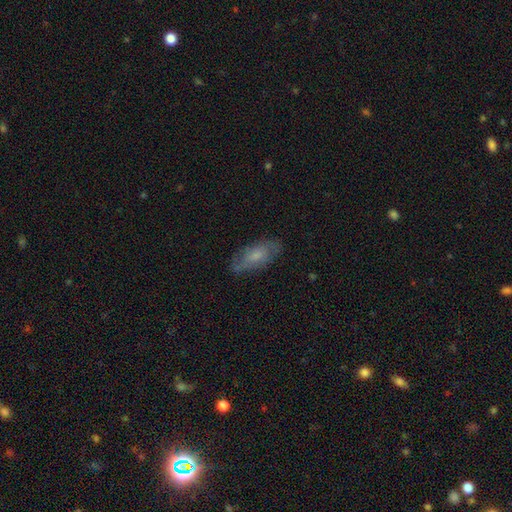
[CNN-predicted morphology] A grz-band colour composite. It shows a smooth galaxy with no disk features (55%) that is in between round and cigar-shaped (81%). Merging: none (74%).